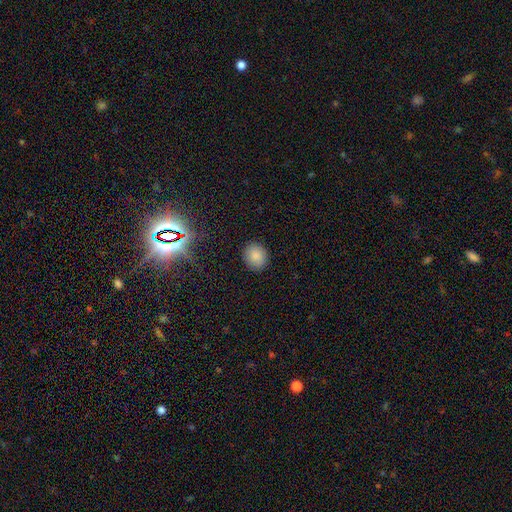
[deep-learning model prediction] A smooth galaxy with no disk features (85%) that is round (74%). Merging: none (90%).